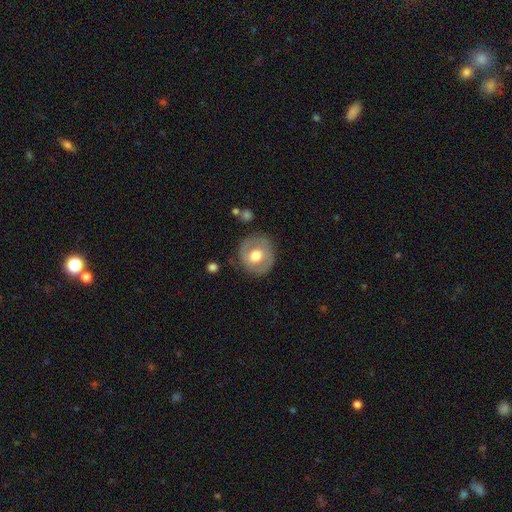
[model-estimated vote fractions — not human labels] A smooth galaxy with no disk features (47%, tied with featured or disk).

Vote fractions:
- Smooth or featured? smooth: 47% (tied) / featured or disk: 47% (tied) / star or artifact: 6%
- Merging? none: 79% / minor disturbance: 14% / major disturbance: 5% / merger: 2%